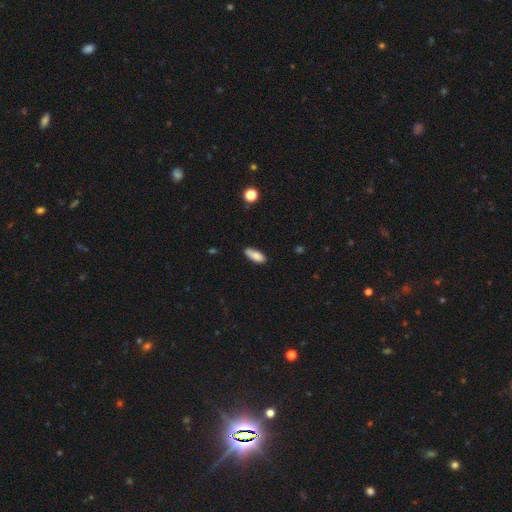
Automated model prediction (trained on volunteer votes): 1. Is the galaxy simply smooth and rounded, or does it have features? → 84% smooth, 9% featured or disk, 8% star or artifact.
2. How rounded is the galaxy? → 77% in between, 21% cigar-shaped, 2% round.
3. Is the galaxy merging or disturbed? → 71% none, 22% minor disturbance, 4% major disturbance, 3% merger.